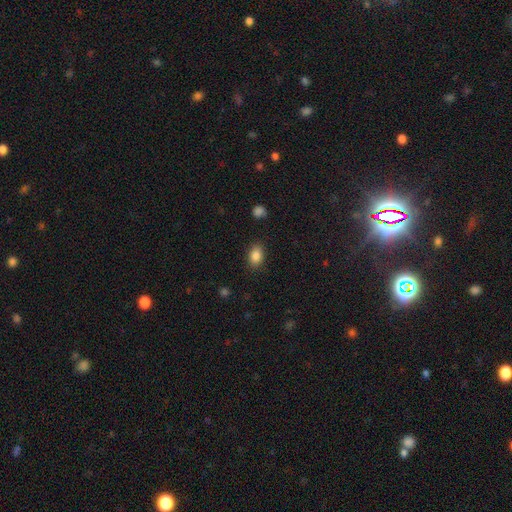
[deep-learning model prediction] Smooth or featured: smooth — 86% (star or artifact — 9%)
How rounded: in between — 79% (round — 20%)
Merging: none — 85% (minor disturbance — 10%)